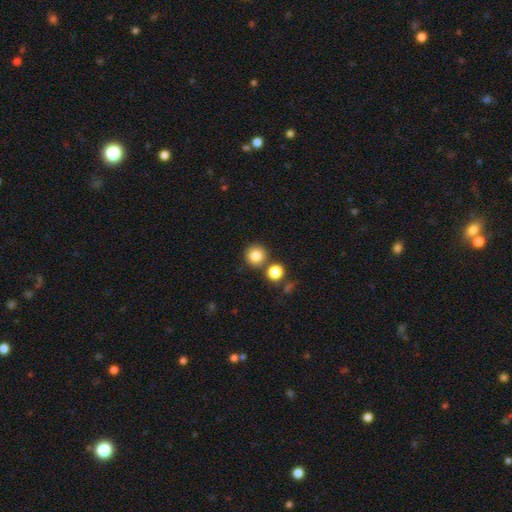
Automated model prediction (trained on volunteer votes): A smooth galaxy with no disk features (82%) that is round (93%). Merging: none (77%).